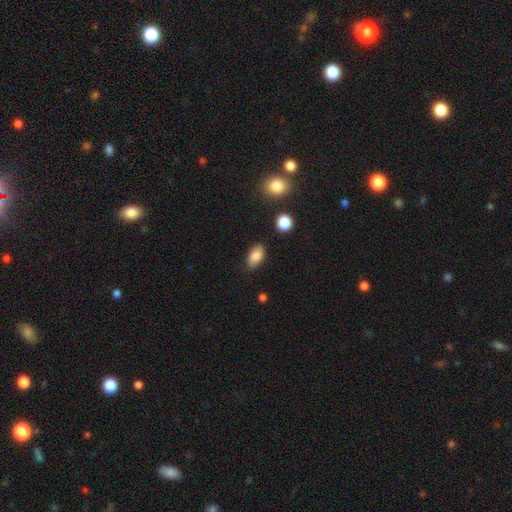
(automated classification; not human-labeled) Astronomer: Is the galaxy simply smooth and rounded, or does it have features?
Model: smooth — 85%.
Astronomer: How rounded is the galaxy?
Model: in between — 91%.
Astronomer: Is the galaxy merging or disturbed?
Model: none — 81%.